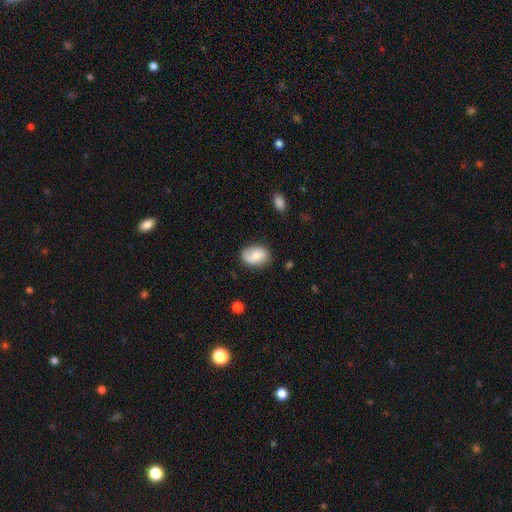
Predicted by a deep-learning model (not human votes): This appears to be a smooth galaxy with no disk features (69%) that is in between round and cigar-shaped (83%). Merging: none (76%).